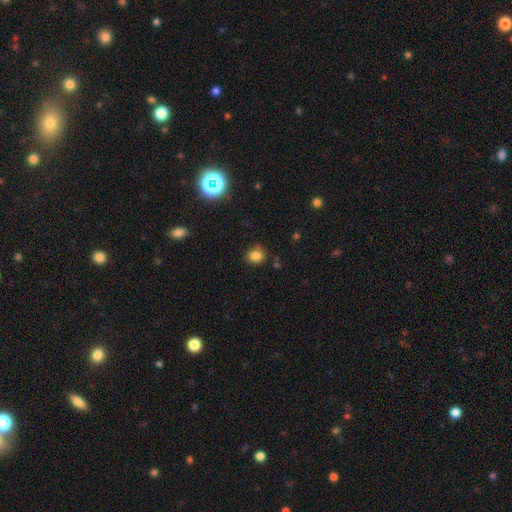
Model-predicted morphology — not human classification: A smooth galaxy with no disk features (82%) that is round (77%).

Vote fractions:
- Smooth or featured? smooth: 82% / star or artifact: 12% / featured or disk: 6%
- How rounded? round: 77% / in between: 22% / cigar-shaped: 1%
- Merging? none: 78% / minor disturbance: 16% / major disturbance: 4% / merger: 3%